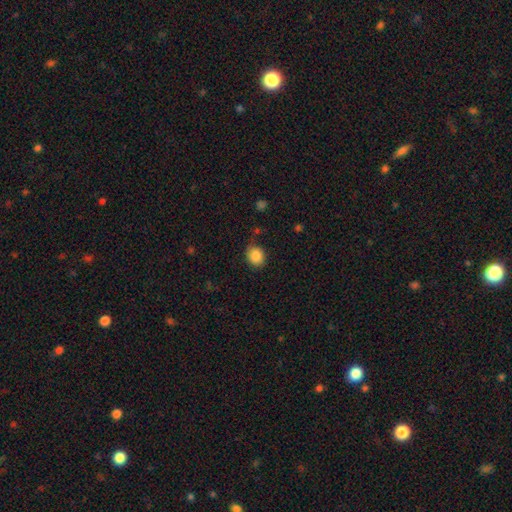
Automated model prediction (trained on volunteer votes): Q: Smooth or featured?
A: smooth (86%); runner-up: star or artifact (9%)
Q: How rounded?
A: round (65%); runner-up: in between (34%)
Q: Merging?
A: none (78%); runner-up: minor disturbance (16%)